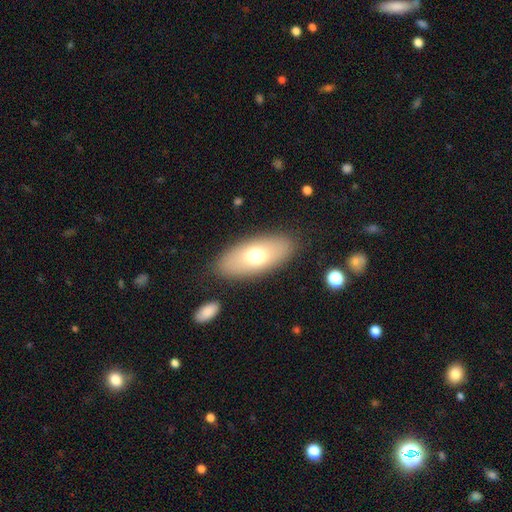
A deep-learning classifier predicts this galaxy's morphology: Q: Smooth or featured?
A: smooth (68%); runner-up: featured or disk (24%)
Q: How rounded?
A: in between (89%); runner-up: cigar-shaped (7%)
Q: Merging?
A: none (85%); runner-up: minor disturbance (9%)